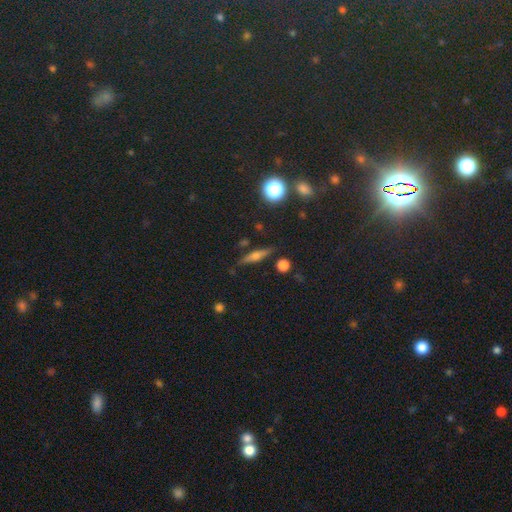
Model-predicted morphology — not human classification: A featured or disk galaxy (52%) viewed edge-on (94%).

Vote fractions:
- Smooth or featured? featured or disk: 52% / smooth: 36% / star or artifact: 12%
- Edge-on disk? yes: 94% / no: 6%
- Merging? none: 86% / minor disturbance: 9% / major disturbance: 2% / merger: 2%